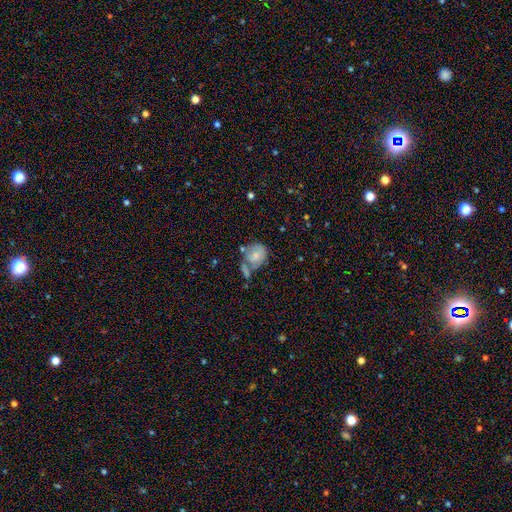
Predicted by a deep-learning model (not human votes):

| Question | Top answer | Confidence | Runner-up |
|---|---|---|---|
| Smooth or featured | smooth | 67% | featured or disk (25%) |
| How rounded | round | 57% | in between (41%) |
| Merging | none | 39% | merger (28%) |